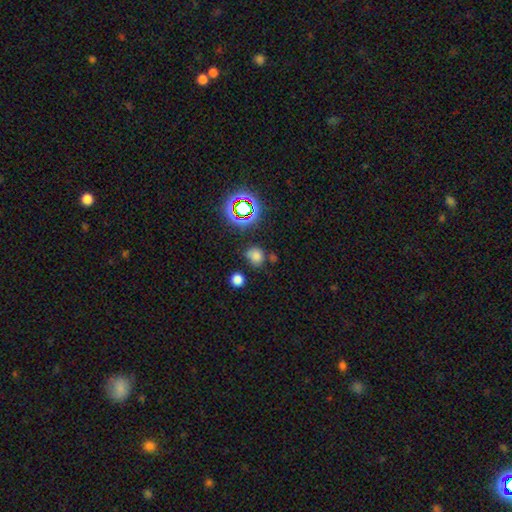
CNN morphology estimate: Smooth or featured? smooth (70%)
How rounded? round (70%)
Merging? none (71%)